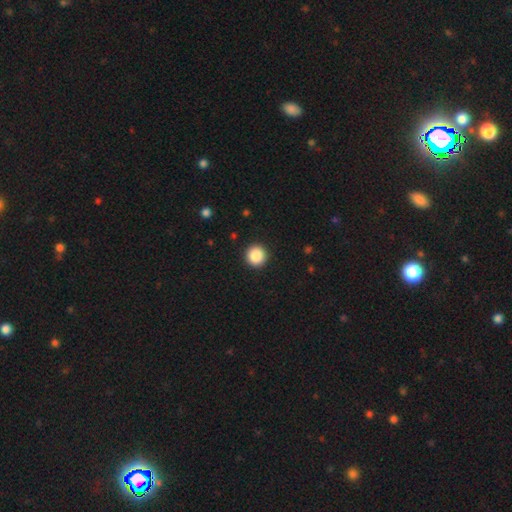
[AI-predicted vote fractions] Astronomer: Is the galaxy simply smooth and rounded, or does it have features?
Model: smooth — 88%.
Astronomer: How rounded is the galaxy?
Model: round — 96%.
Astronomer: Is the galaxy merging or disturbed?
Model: none — 93%.